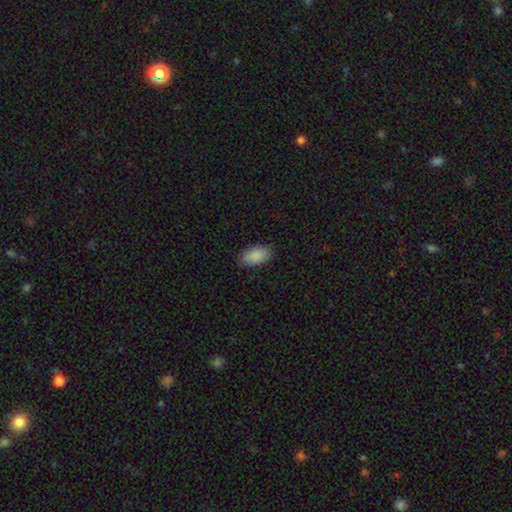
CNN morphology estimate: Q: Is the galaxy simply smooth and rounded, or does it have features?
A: smooth — 90%.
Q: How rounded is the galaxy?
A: in between — 94%.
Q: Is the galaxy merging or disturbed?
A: none — 86%.